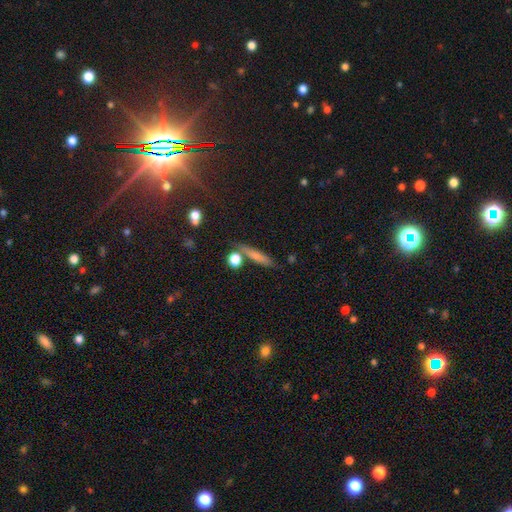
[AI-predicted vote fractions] smooth 72%, featured or disk 18%, star or artifact 10%. Down the decision tree: how rounded — cigar-shaped (77%); merging — none (73%).